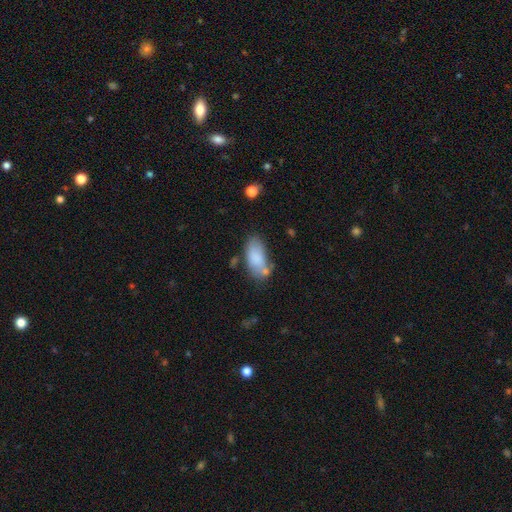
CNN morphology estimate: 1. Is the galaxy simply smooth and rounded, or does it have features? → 81% smooth, 12% featured or disk, 8% star or artifact.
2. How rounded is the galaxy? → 91% in between, 7% cigar-shaped, 3% round.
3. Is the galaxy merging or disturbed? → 53% none, 24% minor disturbance, 15% merger, 8% major disturbance.